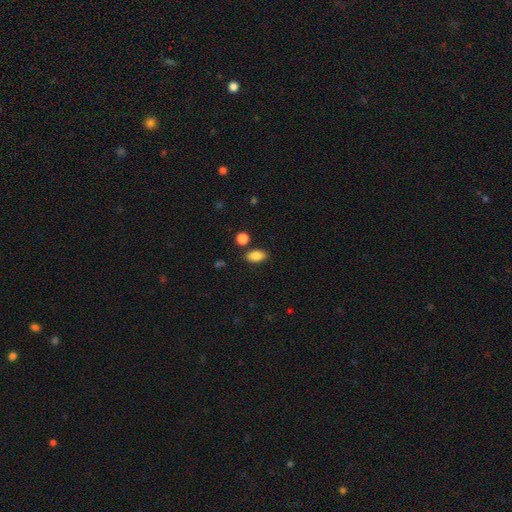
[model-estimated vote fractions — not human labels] This is clearly a smooth galaxy (87%). How rounded: clearly in between (90%). Merging: clearly none (81%).